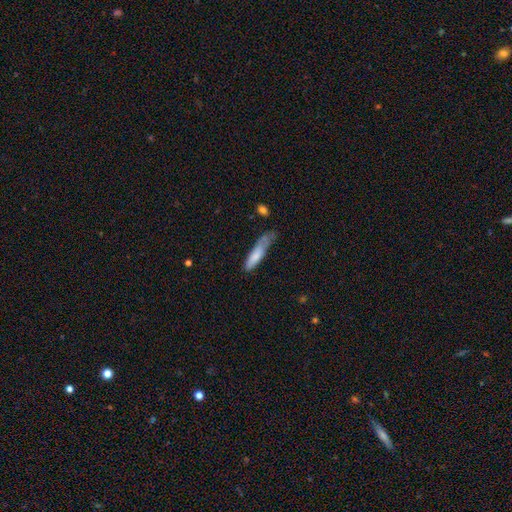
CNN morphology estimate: Smooth or featured: smooth — 75% (featured or disk — 19%)
How rounded: cigar-shaped — 74% (in between — 25%)
Merging: none — 41% (minor disturbance — 38%)